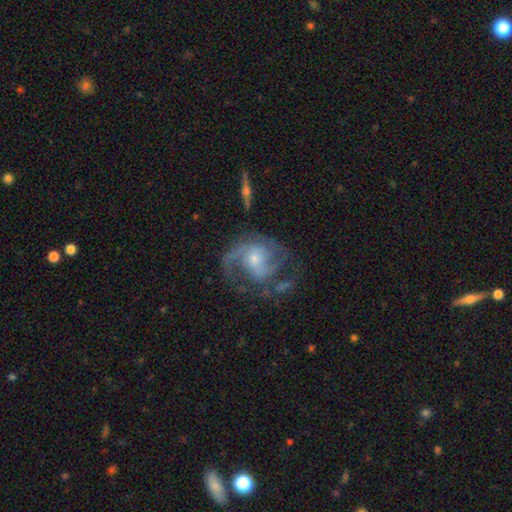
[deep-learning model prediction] Smooth or featured?
  - featured or disk: 81% *
  - smooth: 11%
  - star or artifact: 8%
Edge-on disk?
  - no: 97% *
  - yes: 3%
Bar?
  - no: 57% *
  - weak: 35%
  - strong: 8%
Spiral arms?
  - yes: 90% *
  - no: 10%
Spiral winding?
  - medium: 47% *
  - loose: 27%
  - tight: 25%
Spiral arm count?
  - 2: 49% *
  - can't tell: 18%
  - 1: 14%
  - 3: 13%
  - 4: 3%
  - more than 4: 3%
Bulge size?
  - small: 58% *
  - moderate: 34%
  - none: 4%
  - large: 3%
  - dominant: 1%
Merging?
  - none: 48% *
  - major disturbance: 26%
  - minor disturbance: 20%
  - merger: 6%